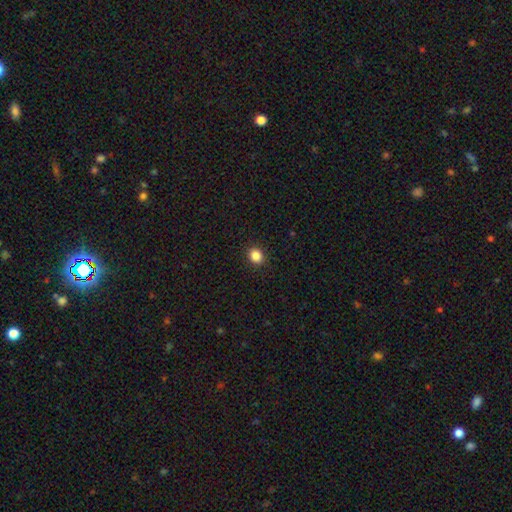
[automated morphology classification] Smooth or featured? Predicted: smooth (p=0.86). How rounded? Predicted: round (p=0.65). Merging? Predicted: none (p=0.91).